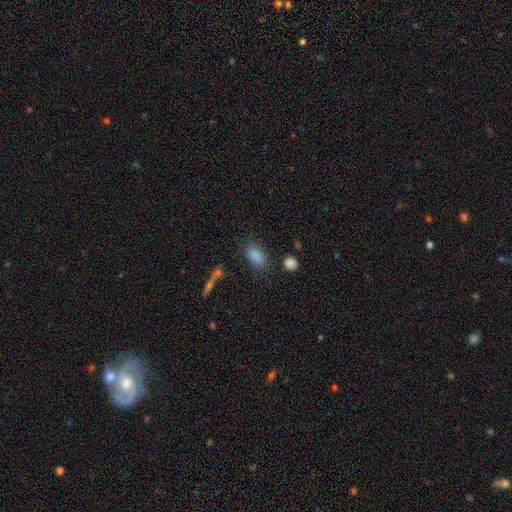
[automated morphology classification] smooth 84%, star or artifact 11%, featured or disk 6%. Down the decision tree: how rounded — in between (88%); merging — none (72%).